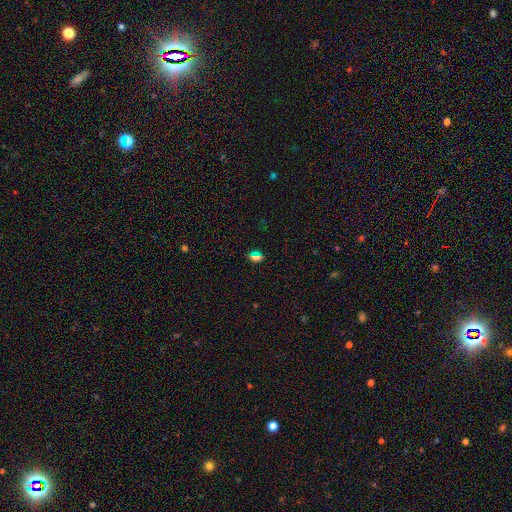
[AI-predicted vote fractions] Smooth or featured?
  - smooth: 64% *
  - star or artifact: 26%
  - featured or disk: 10%
How rounded?
  - in between: 65% *
  - round: 30%
  - cigar-shaped: 5%
Merging?
  - none: 84% *
  - minor disturbance: 10%
  - major disturbance: 3%
  - merger: 3%